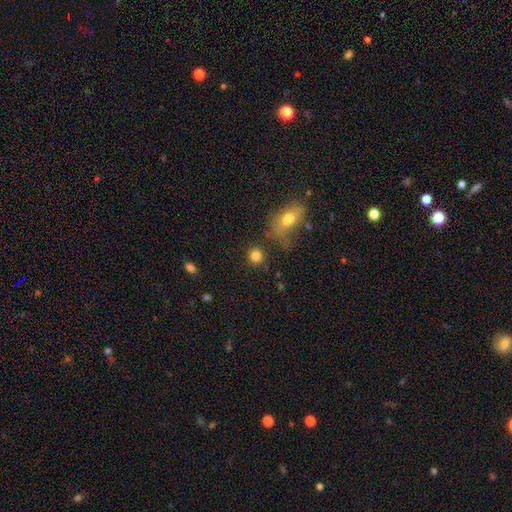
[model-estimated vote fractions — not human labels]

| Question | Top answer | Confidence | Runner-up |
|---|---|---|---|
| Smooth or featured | smooth | 83% | star or artifact (11%) |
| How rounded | round | 84% | in between (14%) |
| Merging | none | 79% | minor disturbance (9%) |